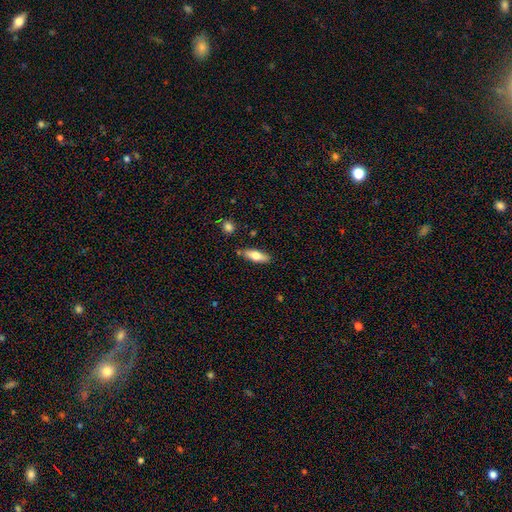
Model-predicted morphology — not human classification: This appears to be a smooth galaxy with no disk features (67%) that is in between round and cigar-shaped (57%). Merging: none (83%).